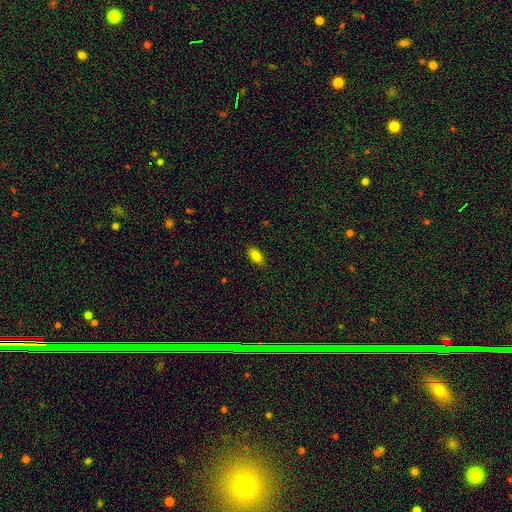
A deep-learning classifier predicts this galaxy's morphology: The model was most divided on "smooth or featured": smooth: 83%, star or artifact: 9%, featured or disk: 7%. More confident: how rounded — in between (90%); merging — none (88%).